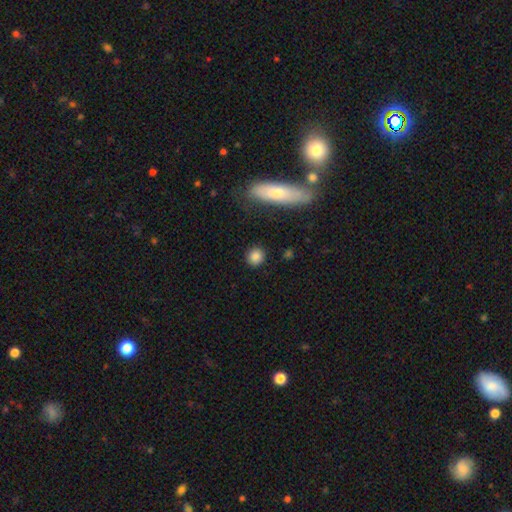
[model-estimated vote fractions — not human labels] Smooth or featured?
  - smooth: 85% *
  - star or artifact: 9%
  - featured or disk: 6%
How rounded?
  - round: 87% *
  - in between: 11%
  - cigar-shaped: 2%
Merging?
  - none: 89% *
  - minor disturbance: 7%
  - major disturbance: 2%
  - merger: 2%